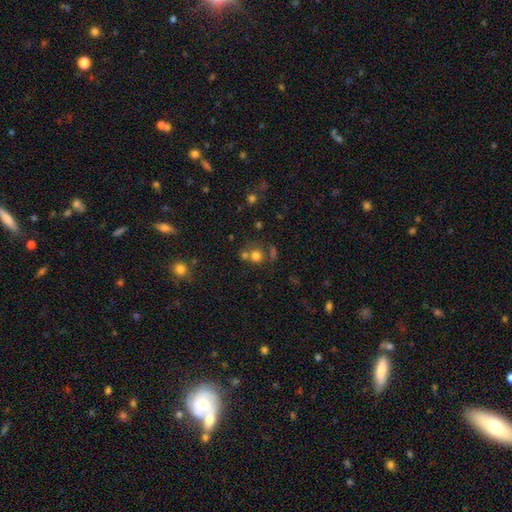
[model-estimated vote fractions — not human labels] A smooth galaxy with no disk features (71%) that is round (86%). Merging: none (53%).